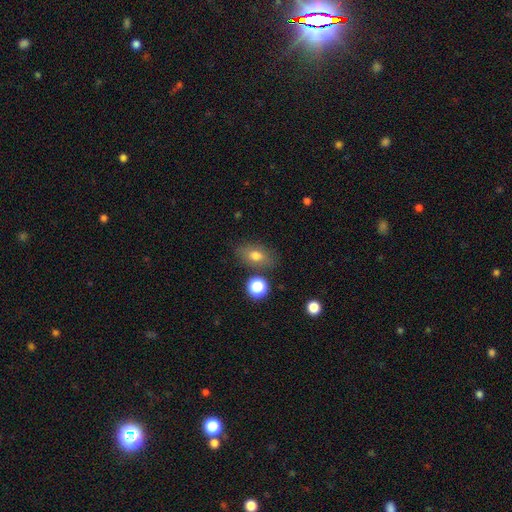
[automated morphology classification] smooth_or_featured: smooth (p=0.74) [alt: featured or disk p=0.14]
how_rounded: in between (p=0.81) [alt: round p=0.16]
merging: none (p=0.75) [alt: minor disturbance p=0.14]